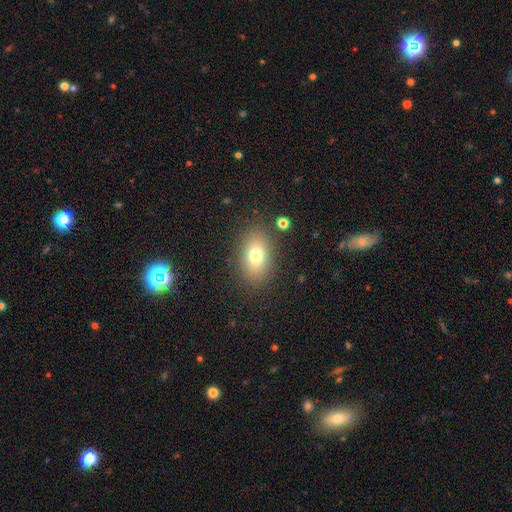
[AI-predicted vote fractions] The model was most divided on "smooth or featured": smooth: 76%, featured or disk: 13%, star or artifact: 11%. More confident: how rounded — in between (84%); merging — none (83%).